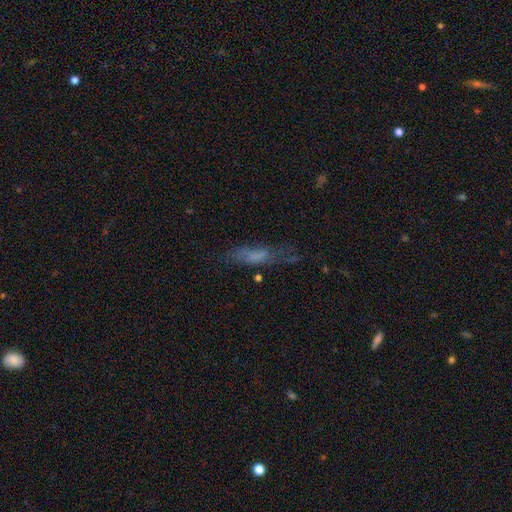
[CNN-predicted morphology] Overall: smooth (52%; featured or disk 35%). How rounded: cigar-shaped (64%; in between 34%). Merging: none (51%; minor disturbance 26%).